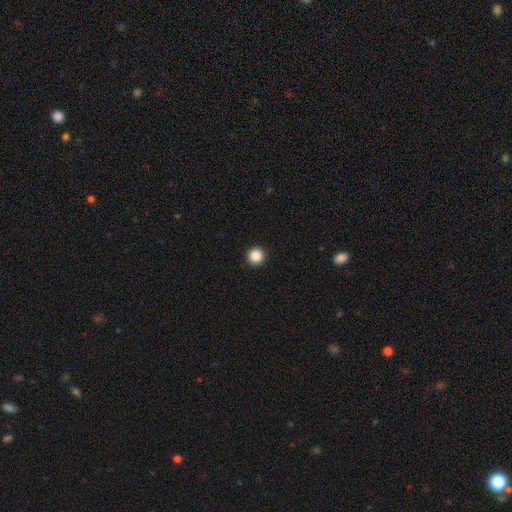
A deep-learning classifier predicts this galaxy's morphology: A smooth galaxy with no disk features (87%) that is round (96%).

Vote fractions:
- Smooth or featured? smooth: 87% / star or artifact: 10% / featured or disk: 3%
- How rounded? round: 96% / in between: 3% / cigar-shaped: 1%
- Merging? none: 94% / minor disturbance: 4% / major disturbance: 1% / merger: 1%